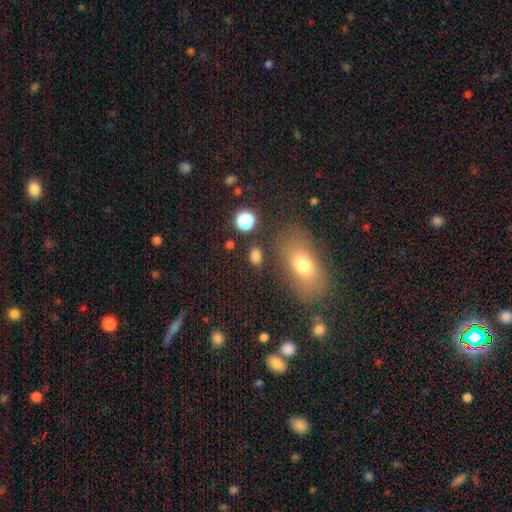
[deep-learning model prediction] Smooth or featured? smooth (79%)
How rounded? in between (72%)
Merging? none (80%)